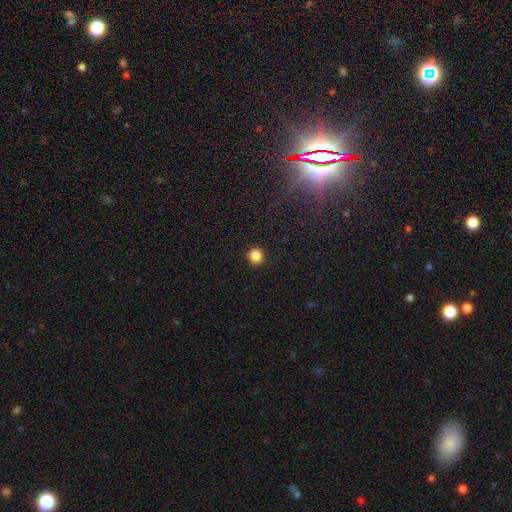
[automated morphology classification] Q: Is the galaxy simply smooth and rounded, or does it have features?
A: smooth — 86%.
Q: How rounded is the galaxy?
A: round — 92%.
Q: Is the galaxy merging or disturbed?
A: none — 92%.